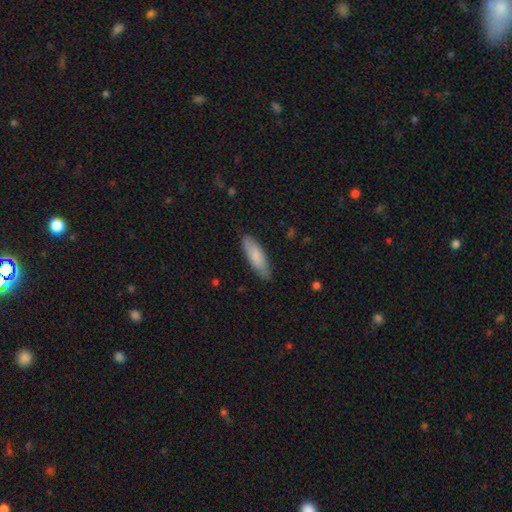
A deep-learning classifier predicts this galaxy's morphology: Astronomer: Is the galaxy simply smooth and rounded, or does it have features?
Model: smooth — 82%.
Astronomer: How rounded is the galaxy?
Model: in between — 55% (runner-up: cigar-shaped, 43%).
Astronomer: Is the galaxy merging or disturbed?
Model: none — 84%.